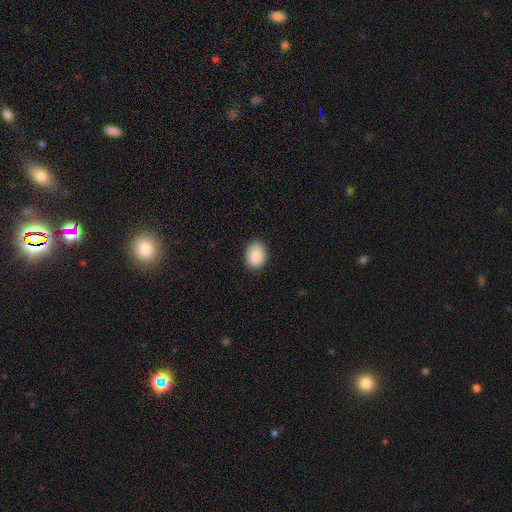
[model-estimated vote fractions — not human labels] Smooth or featured: smooth — 87% (star or artifact — 7%)
How rounded: in between — 64% (round — 35%)
Merging: none — 87% (minor disturbance — 10%)